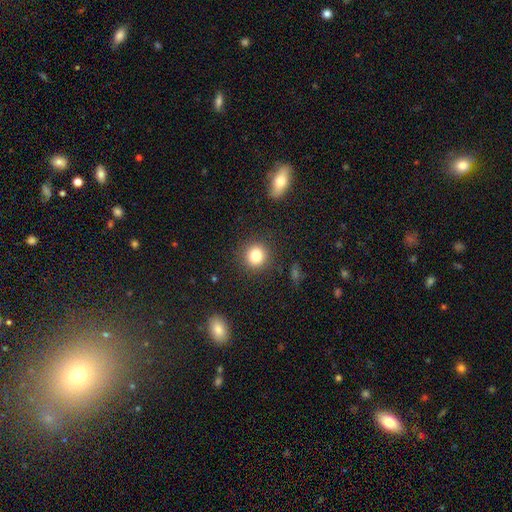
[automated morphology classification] Smooth or featured: smooth — 82% (star or artifact — 11%)
How rounded: round — 89% (in between — 10%)
Merging: none — 89% (minor disturbance — 7%)